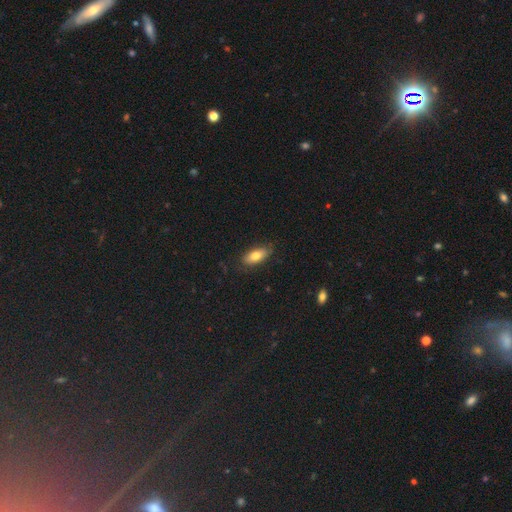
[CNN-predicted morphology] A smooth galaxy with no disk features (77%) that is in between round and cigar-shaped (85%).

Vote fractions:
- Smooth or featured? smooth: 77% / featured or disk: 16% / star or artifact: 7%
- How rounded? in between: 85% / cigar-shaped: 13% / round: 3%
- Merging? none: 81% / minor disturbance: 15% / major disturbance: 3% / merger: 1%